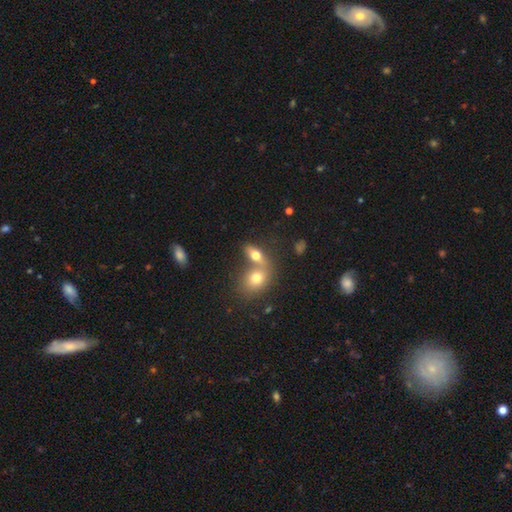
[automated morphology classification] Overall: smooth (68%). How rounded: in between (73%). Merging: merger (57%; none 31%).